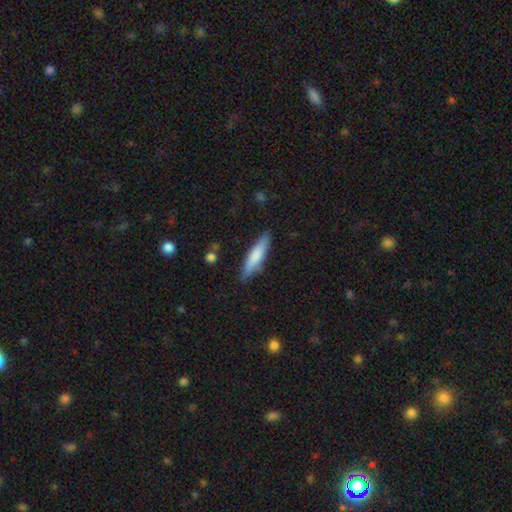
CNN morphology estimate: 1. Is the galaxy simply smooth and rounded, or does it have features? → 72% smooth, 22% featured or disk, 6% star or artifact.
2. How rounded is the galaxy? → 80% cigar-shaped, 18% in between, 1% round.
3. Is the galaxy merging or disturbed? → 82% none, 13% minor disturbance, 3% major disturbance, 2% merger.